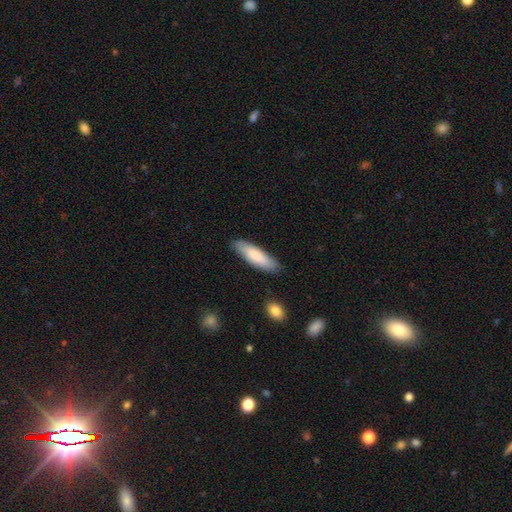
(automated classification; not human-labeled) Q: Smooth or featured?
A: smooth (81%); runner-up: featured or disk (13%)
Q: How rounded?
A: cigar-shaped (58%); runner-up: in between (41%)
Q: Merging?
A: none (85%); runner-up: minor disturbance (11%)